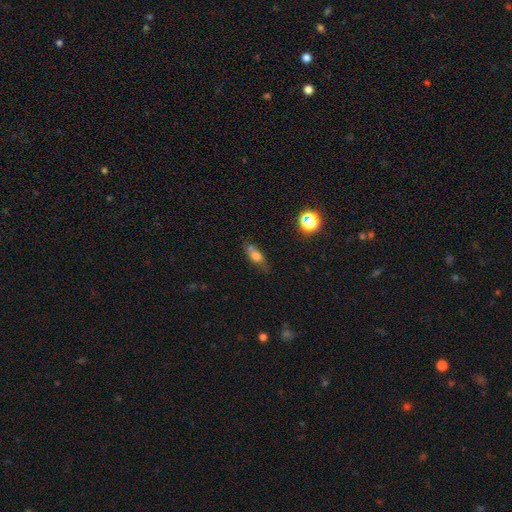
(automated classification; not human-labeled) smooth-or-featured: smooth: 65% | featured or disk: 21% | star or artifact: 13%
  how-rounded: in between: 68% | cigar-shaped: 19% | round: 13%
  merging: none: 52% | merger: 23% | minor disturbance: 19% | major disturbance: 7%